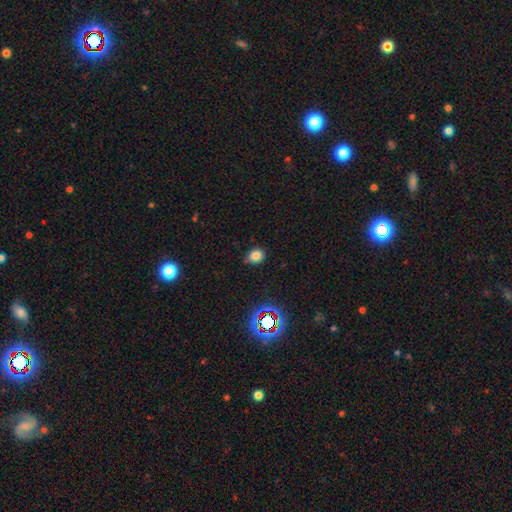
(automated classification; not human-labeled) Smooth or featured: smooth — 78% (star or artifact — 16%)
How rounded: round — 67% (in between — 32%)
Merging: none — 79% (minor disturbance — 16%)